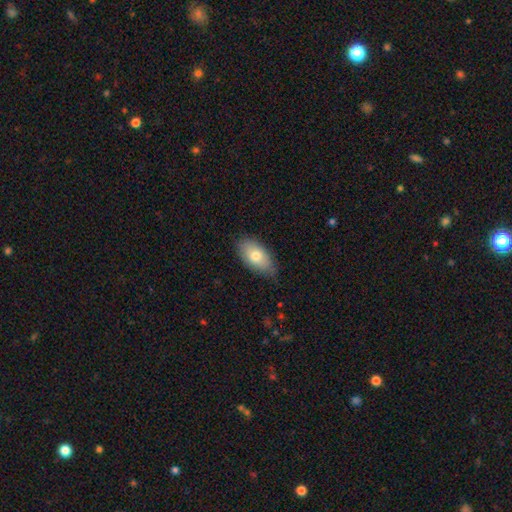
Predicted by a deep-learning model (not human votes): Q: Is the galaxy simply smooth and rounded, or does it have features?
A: smooth — 75%.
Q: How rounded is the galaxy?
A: in between — 92%.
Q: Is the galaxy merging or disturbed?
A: none — 76%.